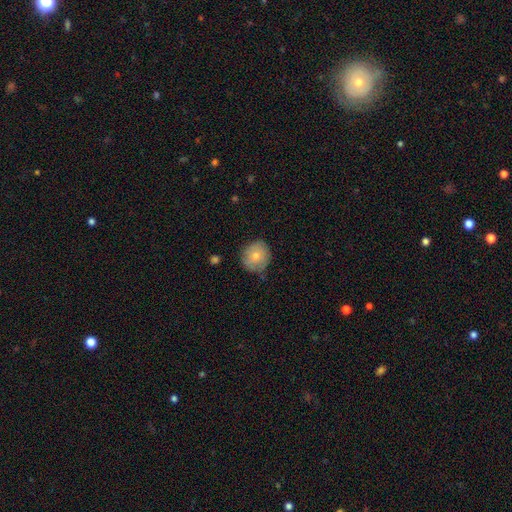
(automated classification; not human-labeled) Smooth or featured: smooth — 74% (featured or disk — 19%)
How rounded: round — 84% (in between — 15%)
Merging: none — 70% (minor disturbance — 24%)